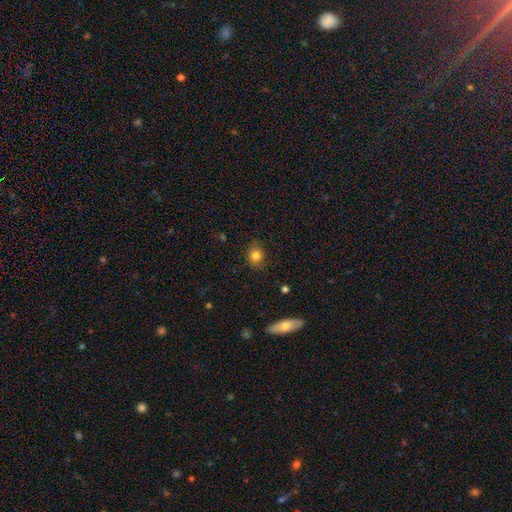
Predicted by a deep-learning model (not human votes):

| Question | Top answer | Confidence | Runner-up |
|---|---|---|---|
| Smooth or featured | smooth | 81% | star or artifact (11%) |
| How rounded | round | 70% | in between (28%) |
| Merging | none | 80% | minor disturbance (15%) |